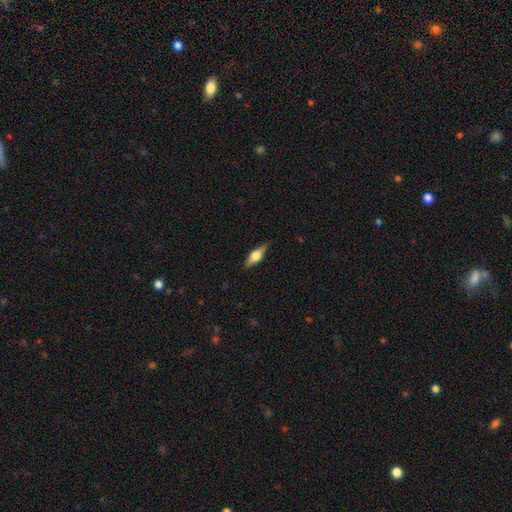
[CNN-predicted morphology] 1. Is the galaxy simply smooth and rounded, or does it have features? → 58% featured or disk, 36% smooth, 6% star or artifact.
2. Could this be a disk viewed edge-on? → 95% yes, 5% no.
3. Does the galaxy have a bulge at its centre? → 93% rounded, 6% boxy, 1% none.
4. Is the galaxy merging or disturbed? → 86% none, 11% minor disturbance, 2% major disturbance, 1% merger.